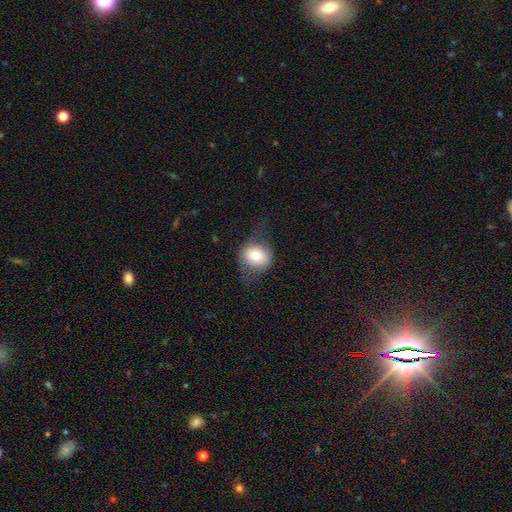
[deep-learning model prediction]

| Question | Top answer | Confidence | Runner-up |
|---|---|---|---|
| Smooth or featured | smooth | 71% | featured or disk (21%) |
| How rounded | round | 68% | in between (31%) |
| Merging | none | 54% | minor disturbance (27%) |